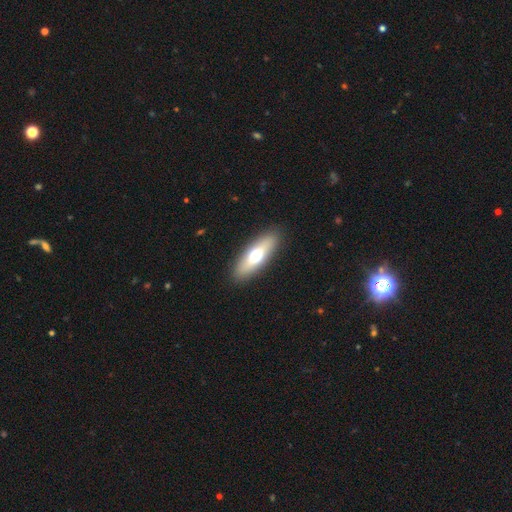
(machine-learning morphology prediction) type=smooth (59%); roundness=in between (55%); merging=none (89%).